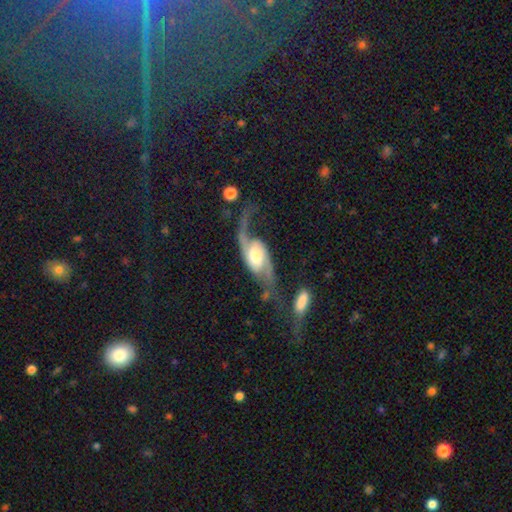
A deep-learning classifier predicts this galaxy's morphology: smooth_or_featured: featured or disk (p=0.86) [alt: smooth p=0.09]
disk_edge_on: no (p=0.93) [alt: yes p=0.07]
bar: no (p=0.42) [alt: weak p=0.39]
has_spiral_arms: yes (p=0.96) [alt: no p=0.04]
spiral_winding: loose (p=0.78) [alt: medium p=0.18]
spiral_arm_count: 2 (p=0.91) [alt: 1 p=0.04]
bulge_size: moderate (p=0.51) [alt: large p=0.29]
merging: none (p=0.51) [alt: major disturbance p=0.22]